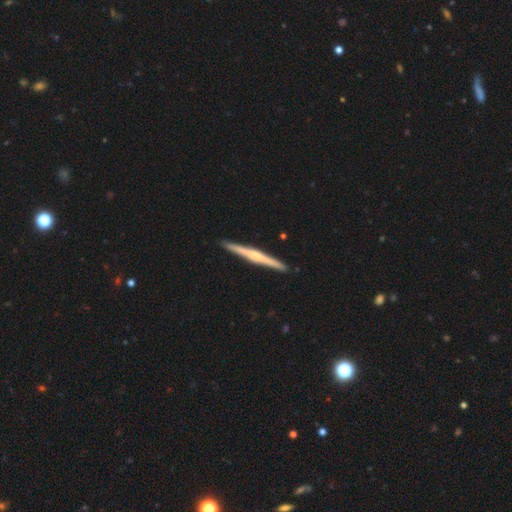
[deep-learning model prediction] The model was most divided on "edge-on bulge": rounded: 59%, none: 27%, boxy: 14%. More confident: edge-on disk — yes (98%); merging — none (93%); smooth or featured — featured or disk (69%).